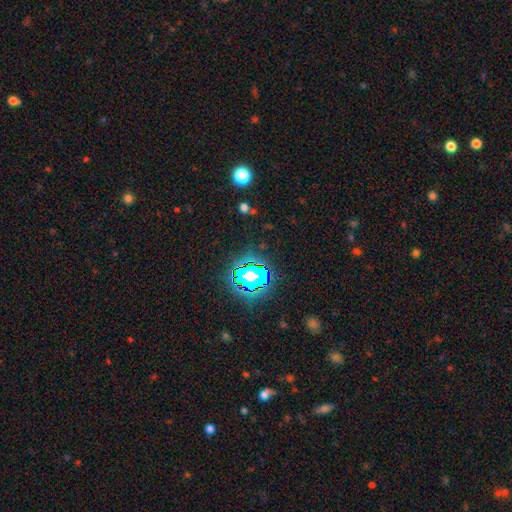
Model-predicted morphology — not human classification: Smooth or featured? star or artifact (81%)